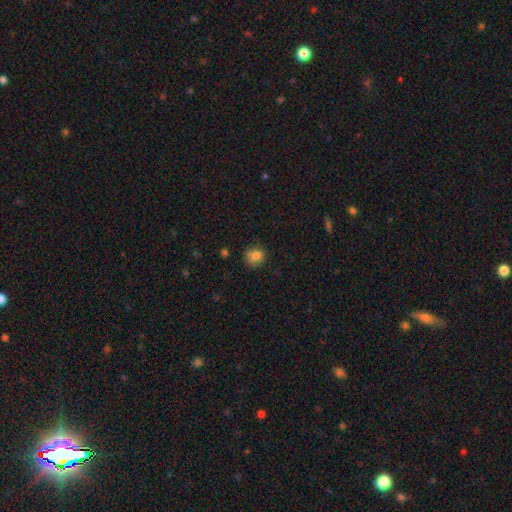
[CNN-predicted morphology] Smooth or featured?
  - smooth: 83% *
  - star or artifact: 11%
  - featured or disk: 7%
How rounded?
  - round: 71% *
  - in between: 28%
  - cigar-shaped: 1%
Merging?
  - none: 73% *
  - minor disturbance: 20%
  - major disturbance: 5%
  - merger: 2%